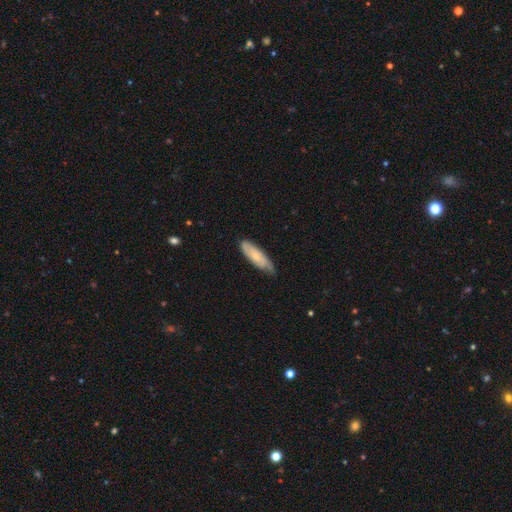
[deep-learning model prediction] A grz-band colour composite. It shows a smooth galaxy with no disk features (55%) that is in between round and cigar-shaped (51%). Merging: none (62%).